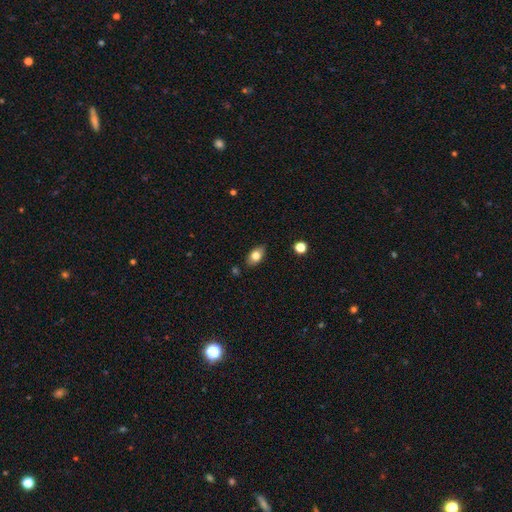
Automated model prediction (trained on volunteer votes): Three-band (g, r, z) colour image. It shows a smooth galaxy with no disk features (76%) that is in between round and cigar-shaped (87%). Merging: none (83%).